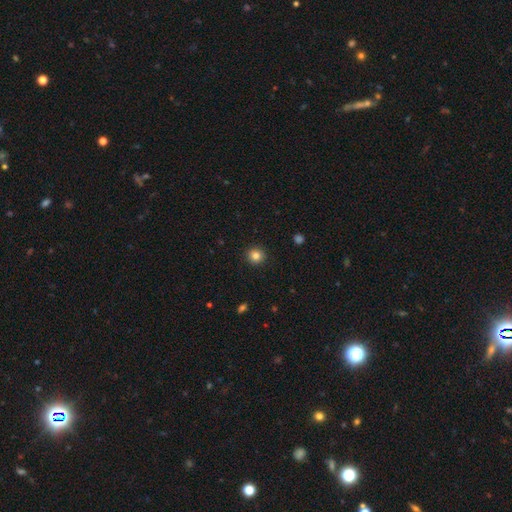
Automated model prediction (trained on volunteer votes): The model was most divided on "smooth or featured": smooth: 83%, star or artifact: 11%, featured or disk: 6%. More confident: how rounded — round (93%); merging — none (92%).